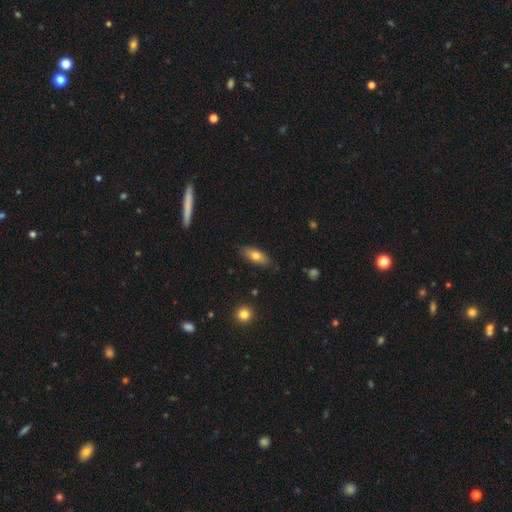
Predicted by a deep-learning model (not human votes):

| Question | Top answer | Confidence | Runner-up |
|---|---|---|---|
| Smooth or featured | smooth | 73% | featured or disk (20%) |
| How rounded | in between | 77% | cigar-shaped (20%) |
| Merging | none | 83% | minor disturbance (13%) |